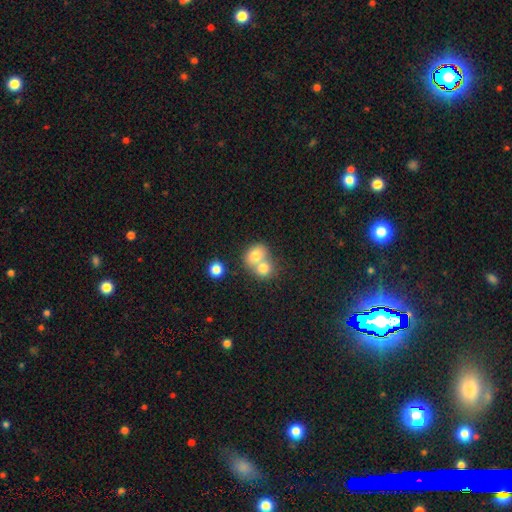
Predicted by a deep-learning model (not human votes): A smooth galaxy with no disk features (73%) that is round (65%).

Vote fractions:
- Smooth or featured? smooth: 73% / featured or disk: 16% / star or artifact: 11%
- How rounded? round: 65% / in between: 34% / cigar-shaped: 1%
- Merging? merger: 66% / none: 26% / minor disturbance: 6% / major disturbance: 2%